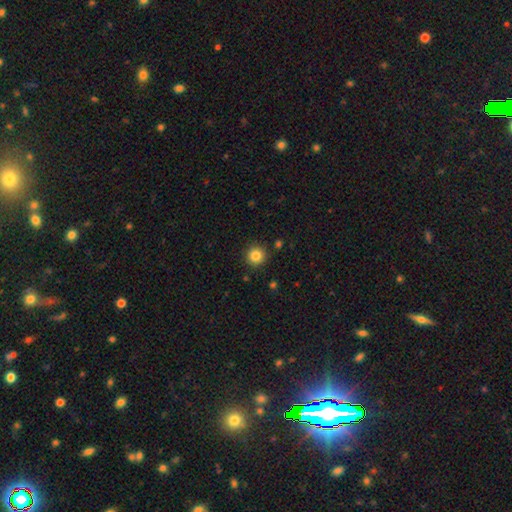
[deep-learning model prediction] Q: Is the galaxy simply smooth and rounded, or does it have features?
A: smooth — 84%.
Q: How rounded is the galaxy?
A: round — 95%.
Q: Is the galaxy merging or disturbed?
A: none — 91%.